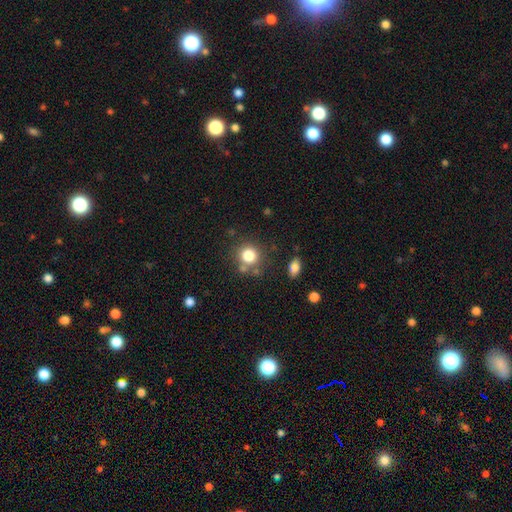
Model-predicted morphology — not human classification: smooth 75%, star or artifact 17%, featured or disk 8%. Down the decision tree: how rounded — round (87%); merging — none (74%).